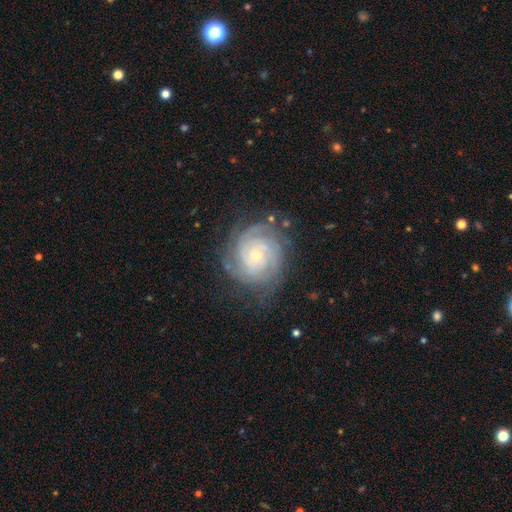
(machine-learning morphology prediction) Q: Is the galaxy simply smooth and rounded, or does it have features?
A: featured or disk — 85%.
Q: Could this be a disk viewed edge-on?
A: no — 98%.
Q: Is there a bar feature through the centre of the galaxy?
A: no — 74%.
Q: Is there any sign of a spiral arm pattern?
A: yes — 97%.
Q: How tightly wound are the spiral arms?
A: tight — 78%.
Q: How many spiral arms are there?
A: can't tell — 25%.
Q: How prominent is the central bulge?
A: small — 75%.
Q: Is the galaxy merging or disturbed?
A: none — 74%.